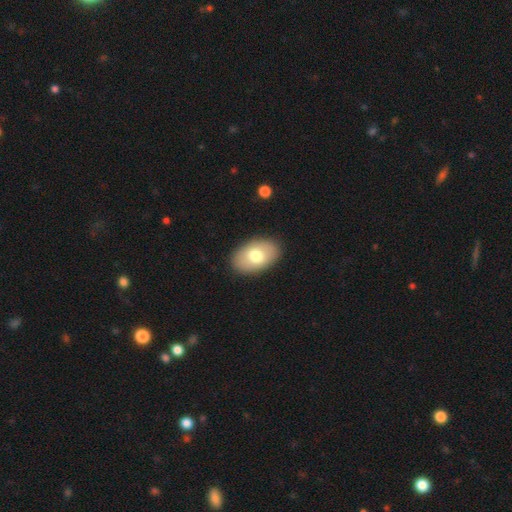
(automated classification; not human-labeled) Smooth or featured?
  - smooth: 72% *
  - featured or disk: 22%
  - star or artifact: 7%
How rounded?
  - in between: 91% *
  - round: 8%
  - cigar-shaped: 1%
Merging?
  - none: 88% *
  - minor disturbance: 8%
  - major disturbance: 2%
  - merger: 1%